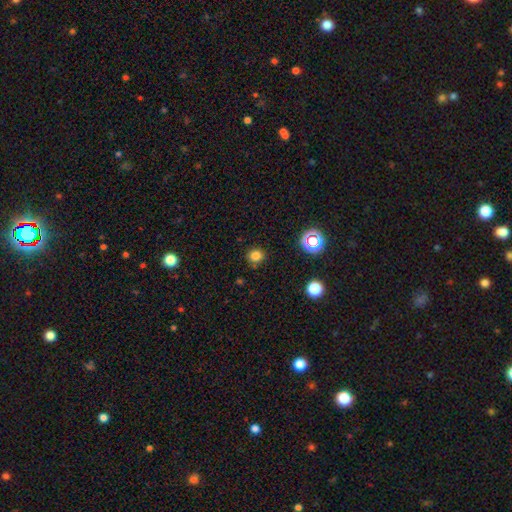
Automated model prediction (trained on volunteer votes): The model was most divided on "smooth or featured": smooth: 78%, star or artifact: 17%, featured or disk: 5%. More confident: how rounded — round (88%); merging — none (86%).